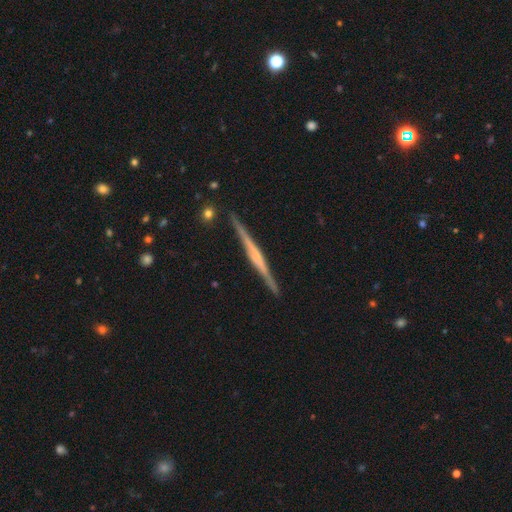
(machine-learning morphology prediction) Smooth or featured?
  - featured or disk: 76% *
  - smooth: 18%
  - star or artifact: 5%
Edge-on disk?
  - yes: 98% *
  - no: 2%
Edge-on bulge?
  - none: 39% *
  - rounded: 37%
  - boxy: 23%
Merging?
  - none: 91% *
  - minor disturbance: 7%
  - merger: 1%
  - major disturbance: 1%